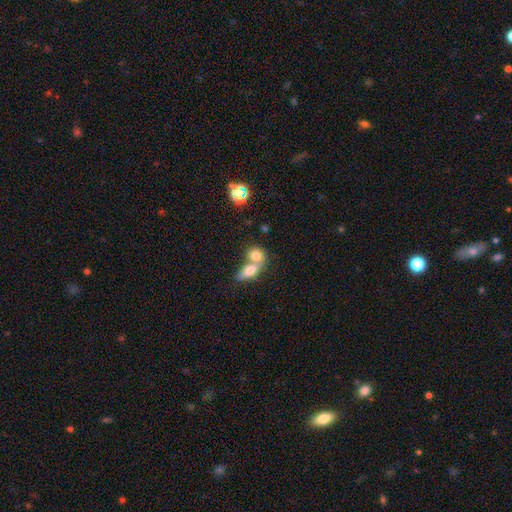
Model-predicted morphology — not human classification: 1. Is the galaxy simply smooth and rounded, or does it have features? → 78% smooth, 14% featured or disk, 9% star or artifact.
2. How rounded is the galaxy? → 59% in between, 35% round, 6% cigar-shaped.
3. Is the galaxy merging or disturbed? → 65% merger, 26% none, 6% minor disturbance, 3% major disturbance.